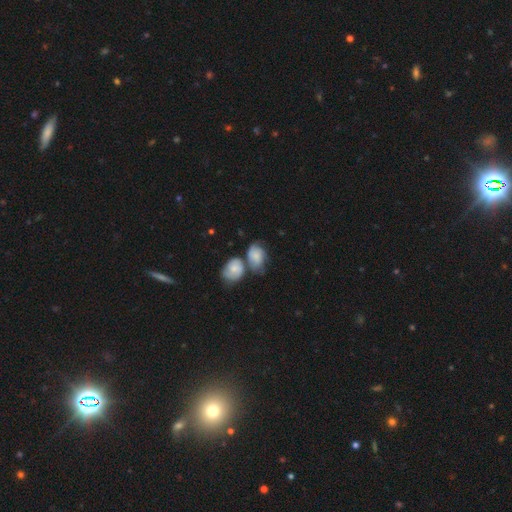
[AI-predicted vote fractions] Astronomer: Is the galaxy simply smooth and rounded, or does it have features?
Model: smooth — 53% (runner-up: featured or disk, 39%).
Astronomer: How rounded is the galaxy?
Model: in between — 72%.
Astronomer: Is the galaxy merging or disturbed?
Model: merger — 43% (runner-up: none, 29%).